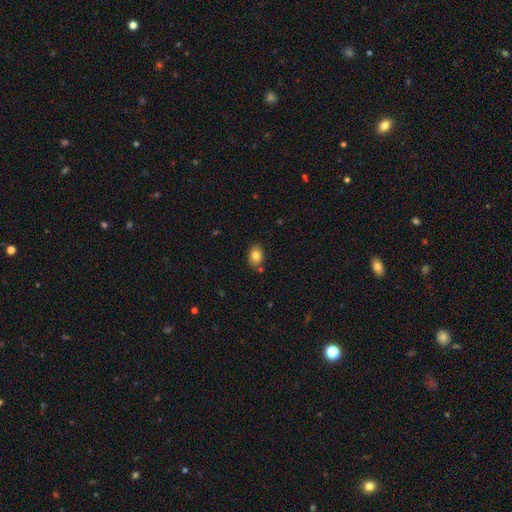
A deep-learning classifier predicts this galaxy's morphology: A smooth galaxy with no disk features (82%) that is in between round and cigar-shaped (69%). Merging: none (80%).